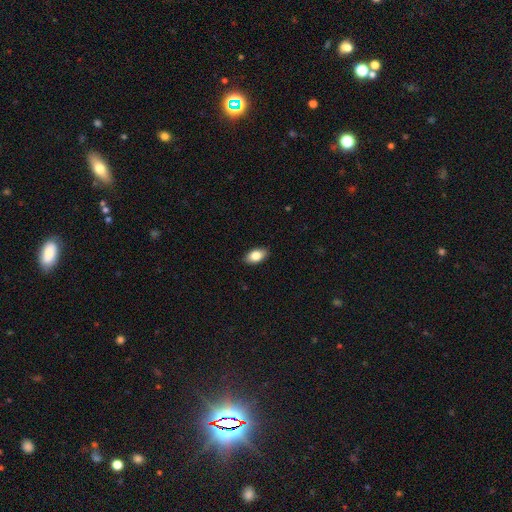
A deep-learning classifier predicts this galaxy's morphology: smooth-or-featured: smooth: 83% | featured or disk: 10% | star or artifact: 7%
  how-rounded: in between: 92% | round: 6% | cigar-shaped: 2%
  merging: none: 89% | minor disturbance: 8% | major disturbance: 2% | merger: 1%